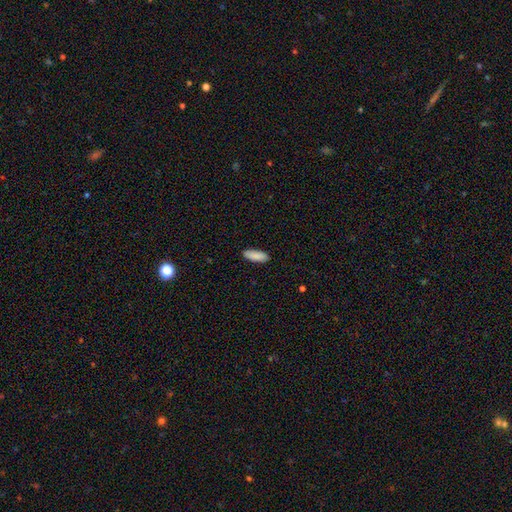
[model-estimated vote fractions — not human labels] The model was most divided on "how rounded": in between: 67%, cigar-shaped: 31%, round: 2%. More confident: merging — none (89%); smooth or featured — smooth (89%).